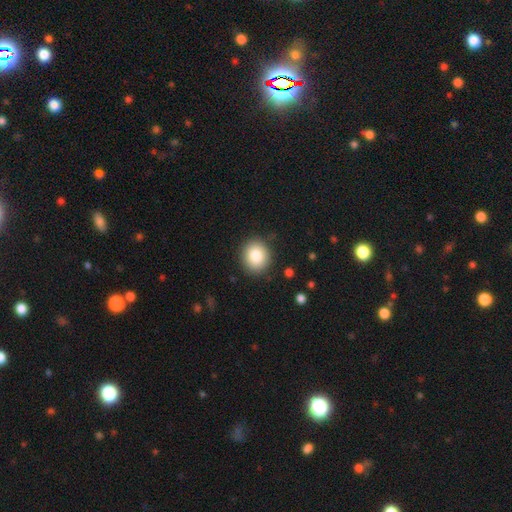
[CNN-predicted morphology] smooth-or-featured: smooth: 84% | star or artifact: 9% | featured or disk: 7%
  how-rounded: round: 79% | in between: 20% | cigar-shaped: 1%
  merging: none: 89% | minor disturbance: 8% | major disturbance: 2% | merger: 1%